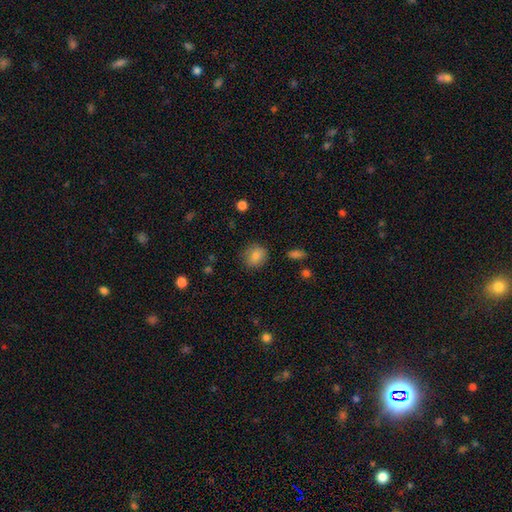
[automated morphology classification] Smooth or featured?
  - smooth: 83% *
  - star or artifact: 9%
  - featured or disk: 8%
How rounded?
  - round: 74% *
  - in between: 25%
  - cigar-shaped: 1%
Merging?
  - none: 83% *
  - minor disturbance: 12%
  - major disturbance: 3%
  - merger: 2%